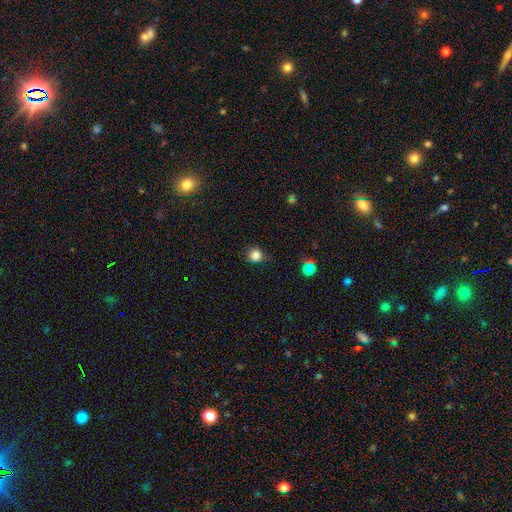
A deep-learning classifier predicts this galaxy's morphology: This is clearly a smooth galaxy (84%). How rounded: clearly round (89%). Merging: clearly none (81%).